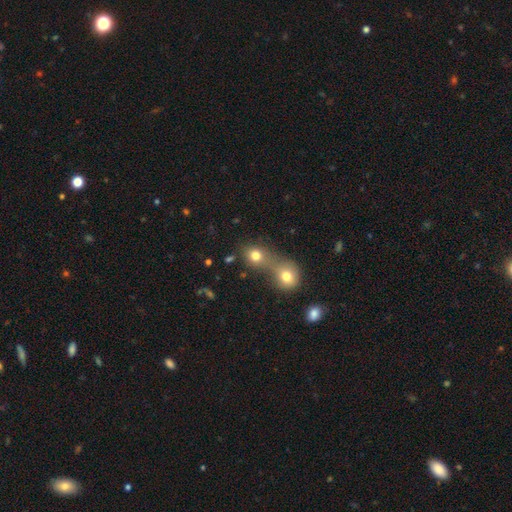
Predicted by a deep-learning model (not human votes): smooth 77%, star or artifact 13%, featured or disk 10%. Down the decision tree: how rounded — round (72%); merging — merger (62%).